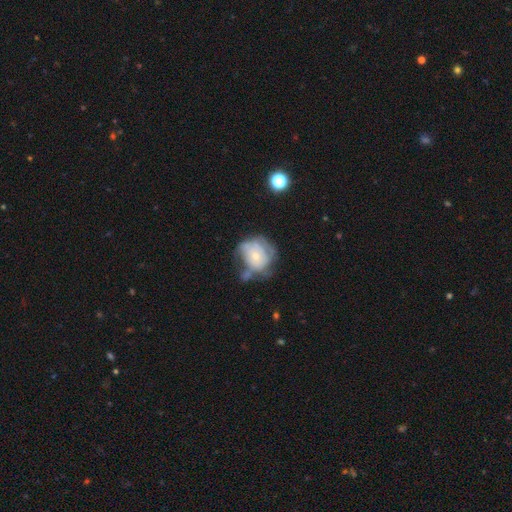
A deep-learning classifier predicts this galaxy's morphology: This appears to be a featured or disk galaxy (57%) with no bar (86%), spiral arms (50%, tied with no) and a small central bulge (61%). Merging: none (35%).